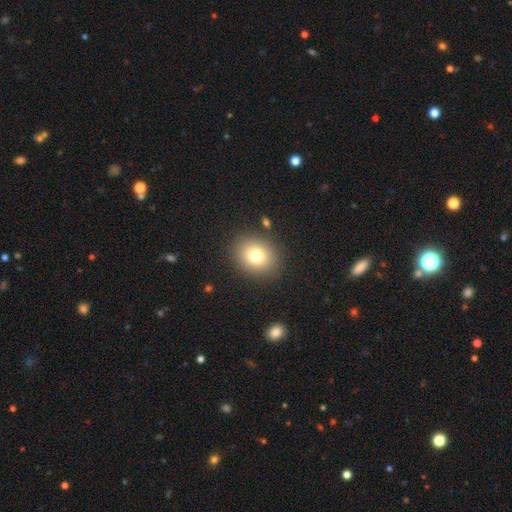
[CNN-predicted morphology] Q: Smooth or featured?
A: smooth (77%); runner-up: star or artifact (12%)
Q: How rounded?
A: round (64%); runner-up: in between (35%)
Q: Merging?
A: none (87%); runner-up: minor disturbance (8%)